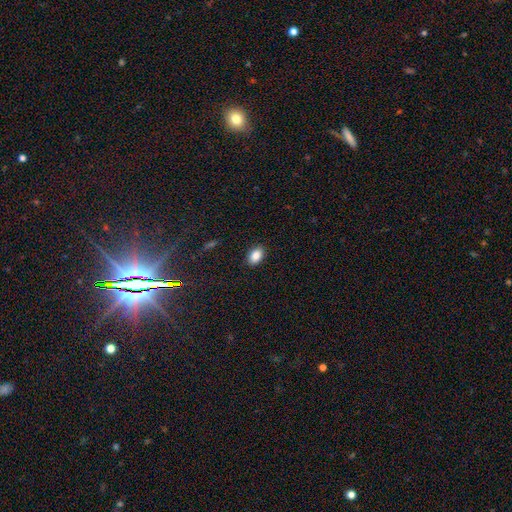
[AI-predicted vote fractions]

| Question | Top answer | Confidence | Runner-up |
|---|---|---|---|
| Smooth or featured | smooth | 88% | star or artifact (8%) |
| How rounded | in between | 89% | round (10%) |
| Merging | none | 89% | minor disturbance (8%) |